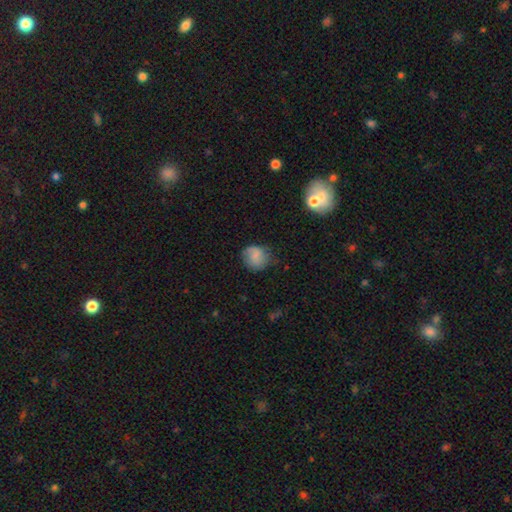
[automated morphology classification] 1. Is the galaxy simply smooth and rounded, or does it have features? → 75% smooth, 16% featured or disk, 9% star or artifact.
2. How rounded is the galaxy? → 79% round, 20% in between, 1% cigar-shaped.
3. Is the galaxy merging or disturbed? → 66% none, 25% minor disturbance, 7% major disturbance, 2% merger.